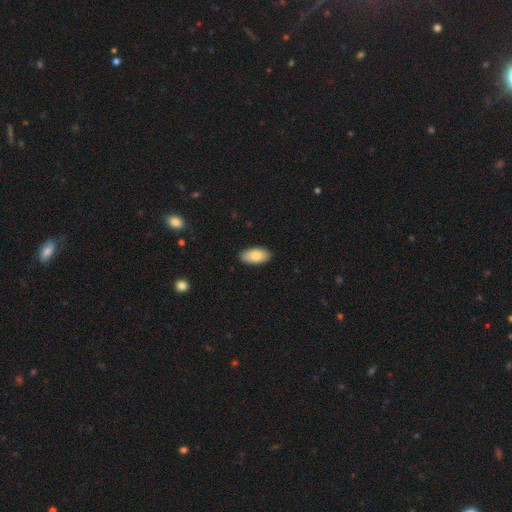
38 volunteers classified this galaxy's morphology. Volunteers were most divided on "merging": none: 84%, minor disturbance: 16%, major disturbance: 0%, merger: 0%. More confident: how rounded — in between (97%); smooth or featured — smooth (92%).